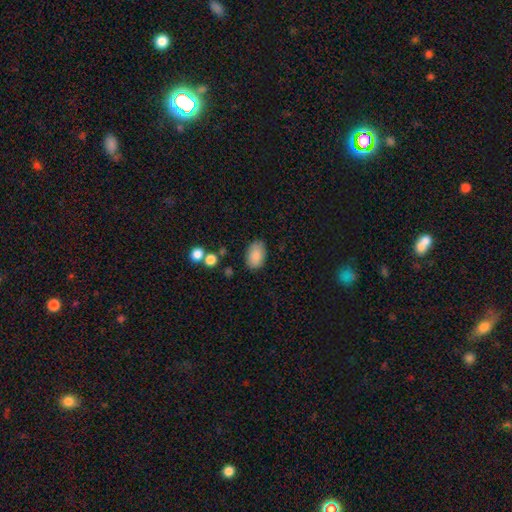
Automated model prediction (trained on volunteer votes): A smooth galaxy with no disk features (86%) that is in between round and cigar-shaped (90%).

Vote fractions:
- Smooth or featured? smooth: 86% / star or artifact: 7% / featured or disk: 7%
- How rounded? in between: 90% / round: 9% / cigar-shaped: 1%
- Merging? none: 81% / minor disturbance: 13% / major disturbance: 3% / merger: 3%